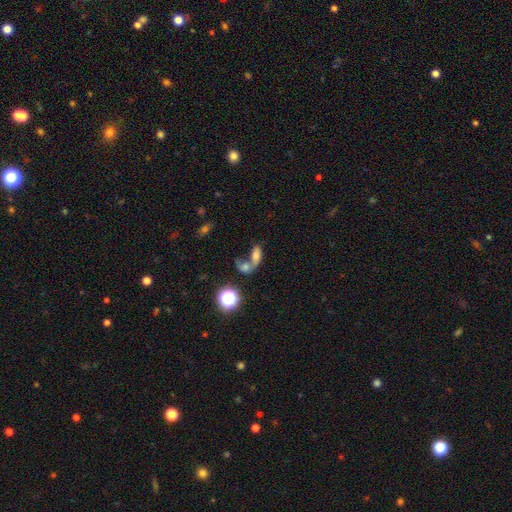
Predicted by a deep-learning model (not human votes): Smooth or featured? smooth (62%)
How rounded? in between (79%)
Merging? merger (65%)